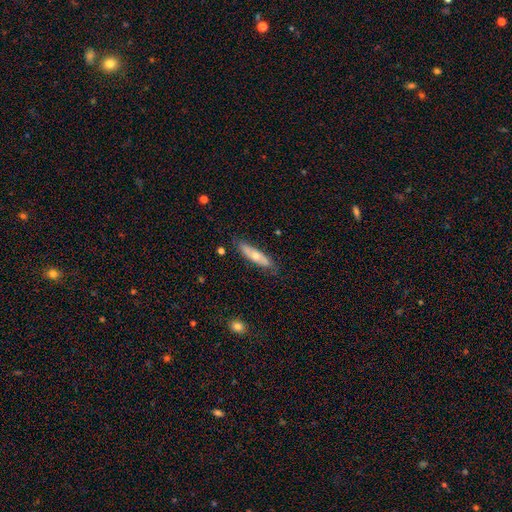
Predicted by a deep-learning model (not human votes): Smooth or featured: smooth — 53% (featured or disk — 41%)
How rounded: cigar-shaped — 68% (in between — 30%)
Merging: none — 81% (minor disturbance — 15%)